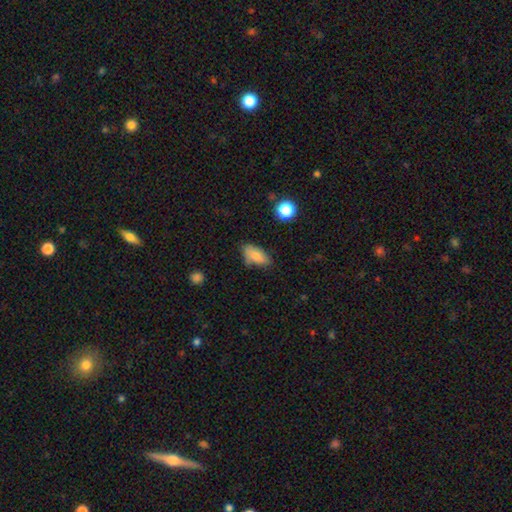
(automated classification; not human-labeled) smooth_or_featured: smooth (p=0.81) [alt: featured or disk p=0.11]
how_rounded: in between (p=0.91) [alt: cigar-shaped p=0.05]
merging: none (p=0.61) [alt: minor disturbance p=0.28]